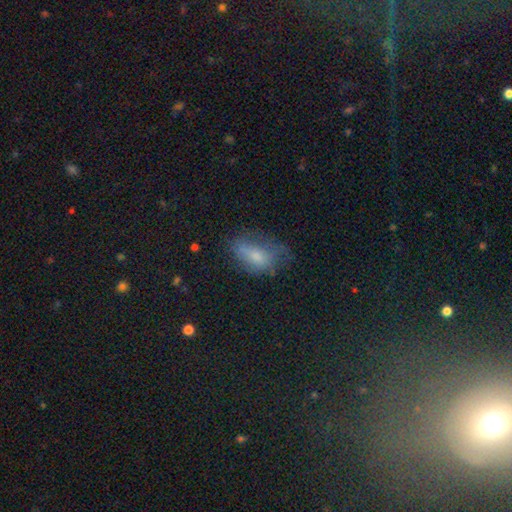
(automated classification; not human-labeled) Smooth or featured? smooth (64%)
How rounded? in between (87%)
Merging? none (42%)